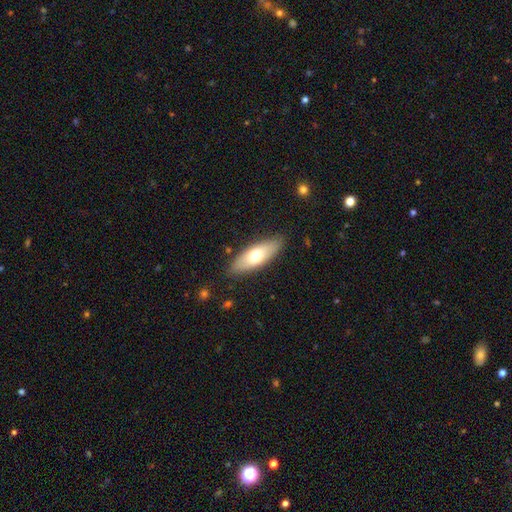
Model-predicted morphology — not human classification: smooth_or_featured: smooth (p=0.65) [alt: featured or disk p=0.30]
how_rounded: in between (p=0.65) [alt: cigar-shaped p=0.33]
merging: none (p=0.85) [alt: minor disturbance p=0.11]